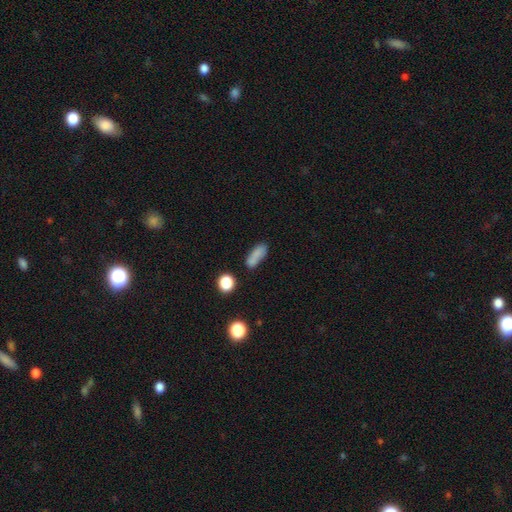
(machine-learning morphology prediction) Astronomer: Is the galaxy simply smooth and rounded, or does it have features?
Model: smooth — 80%.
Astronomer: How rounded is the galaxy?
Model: in between — 65%.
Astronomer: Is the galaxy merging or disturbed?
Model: none — 65%.